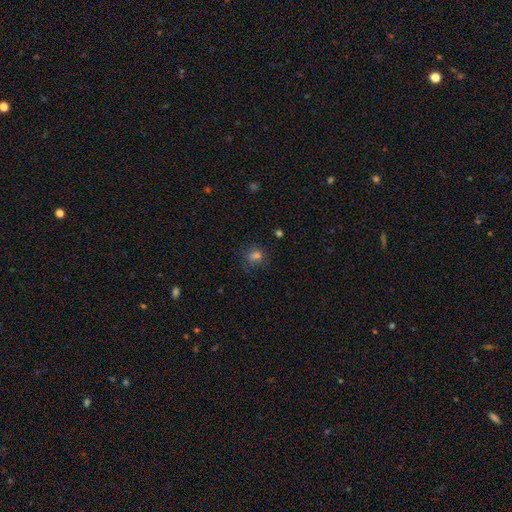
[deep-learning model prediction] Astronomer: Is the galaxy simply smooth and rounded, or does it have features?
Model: smooth — 74%.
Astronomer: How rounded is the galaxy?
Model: round — 64%.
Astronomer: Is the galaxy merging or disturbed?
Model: none — 73%.